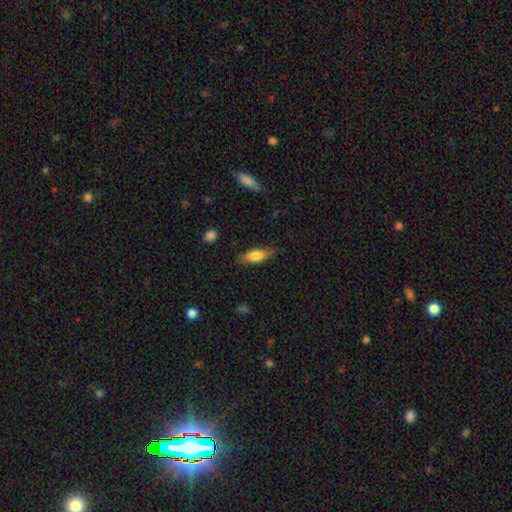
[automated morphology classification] Overall: smooth (73%). How rounded: in between (64%; cigar-shaped 33%). Merging: none (81%).